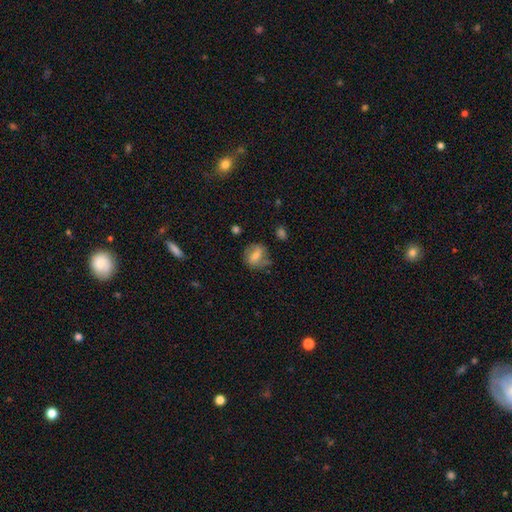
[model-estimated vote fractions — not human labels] smooth 62%, featured or disk 30%, star or artifact 9%. Down the decision tree: how rounded — round (54%); merging — none (66%).